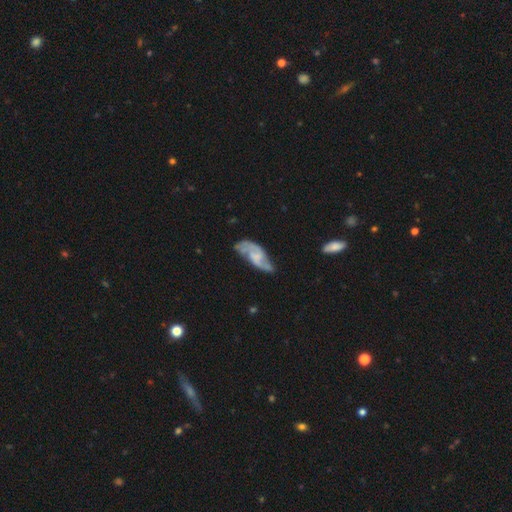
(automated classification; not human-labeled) smooth-or-featured: featured or disk: 70% | smooth: 24% | star or artifact: 6%
  disk-edge-on: no: 93% | yes: 7%
    bar: no: 53% | weak: 38% | strong: 9%
    has-spiral-arms: yes: 88% | no: 12%
      spiral-winding: medium: 43% | loose: 37% | tight: 20%
      spiral-arm-count: 2: 74% | can't tell: 13% | 3: 6% | 1: 3% | 4: 2% | more than 4: 2%
    bulge-size: small: 44% | none: 31% | moderate: 21% | large: 3% | dominant: 1%
  merging: none: 49% | minor disturbance: 29% | major disturbance: 17% | merger: 4%